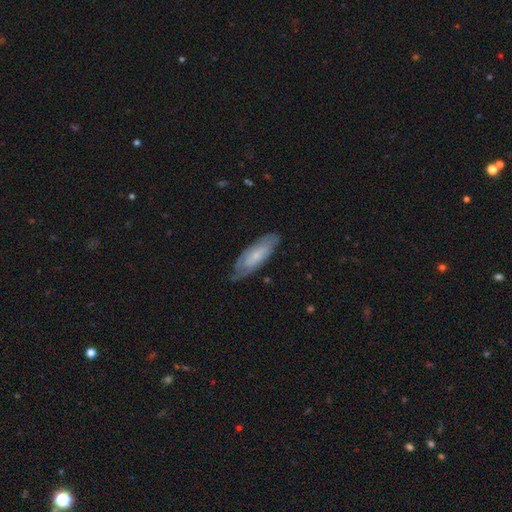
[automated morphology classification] smooth 48%, featured or disk 46%, star or artifact 6%. Down the decision tree: merging — none (71%).